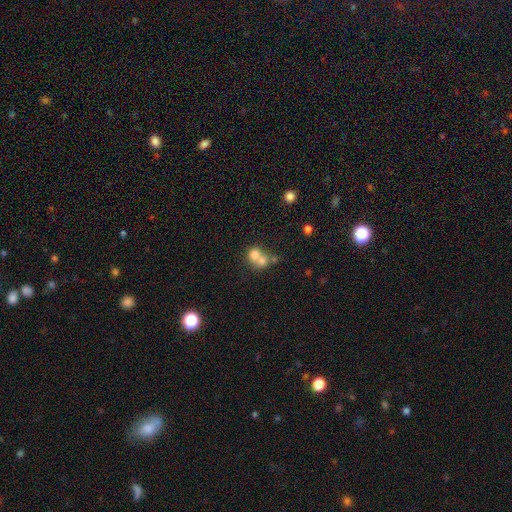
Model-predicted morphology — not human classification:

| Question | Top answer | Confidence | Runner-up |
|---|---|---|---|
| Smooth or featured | smooth | 69% | featured or disk (19%) |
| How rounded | round | 73% | in between (26%) |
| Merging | merger | 65% | none (26%) |